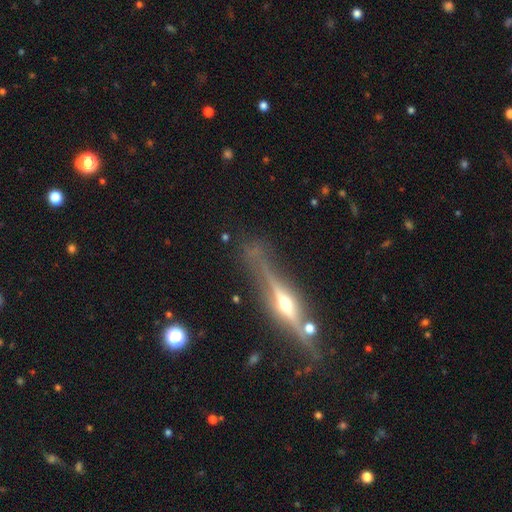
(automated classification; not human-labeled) smooth_or_featured: featured or disk (p=0.79) [alt: smooth p=0.12]
disk_edge_on: yes (p=0.94) [alt: no p=0.06]
edge_on_bulge: rounded (p=0.92) [alt: boxy p=0.04]
merging: none (p=0.71) [alt: minor disturbance p=0.16]